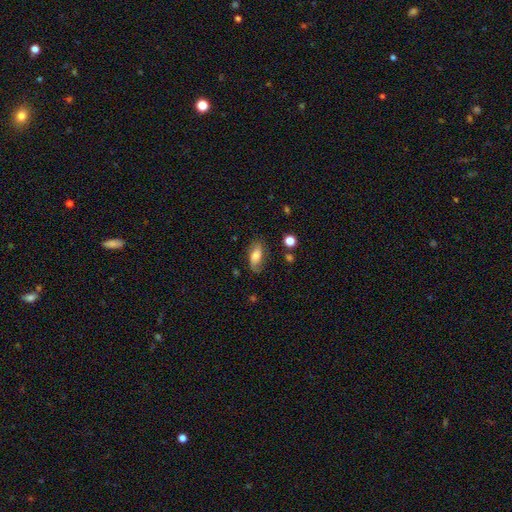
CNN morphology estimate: smooth_or_featured: smooth (p=0.68) [alt: featured or disk p=0.23]
how_rounded: in between (p=0.85) [alt: cigar-shaped p=0.10]
merging: none (p=0.73) [alt: minor disturbance p=0.20]